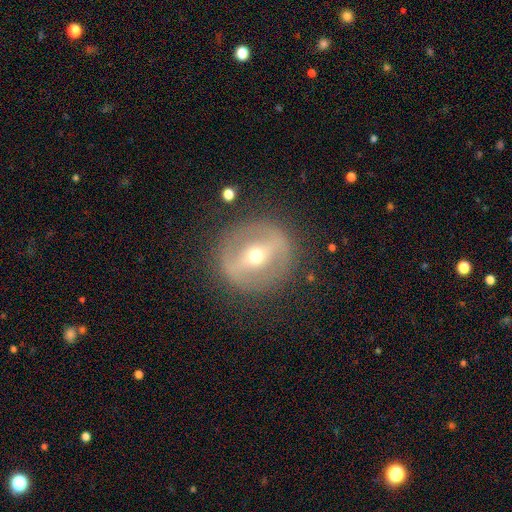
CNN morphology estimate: The model was most divided on "bulge size": moderate: 58%, small: 38%, large: 3%, dominant: 1%, none: 1%. More confident: edge-on disk — no (87%); merging — none (84%); spiral arms — no (77%); smooth or featured — featured or disk (72%); bar — strong (70%).